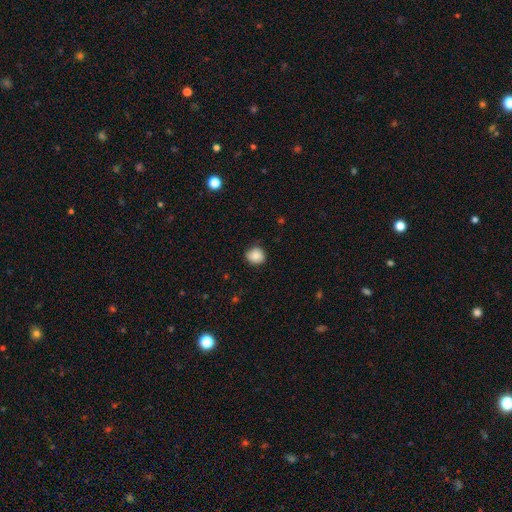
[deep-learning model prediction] Smooth or featured?
  - smooth: 87% *
  - star or artifact: 9%
  - featured or disk: 5%
How rounded?
  - round: 82% *
  - in between: 17%
  - cigar-shaped: 1%
Merging?
  - none: 85% *
  - minor disturbance: 12%
  - major disturbance: 2%
  - merger: 1%